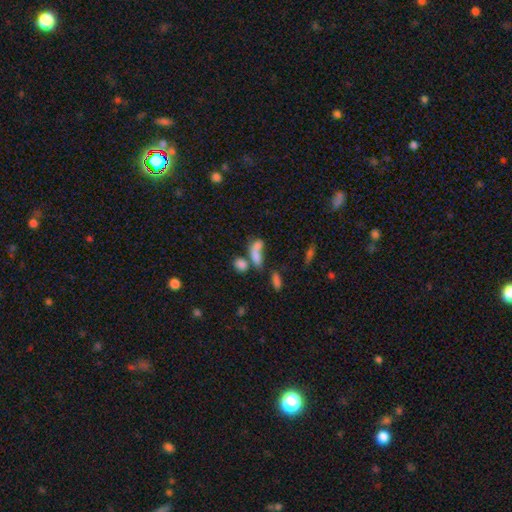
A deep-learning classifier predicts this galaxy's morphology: A smooth galaxy with no disk features (71%) that is in between round and cigar-shaped (70%).

Vote fractions:
- Smooth or featured? smooth: 71% / featured or disk: 15% / star or artifact: 14%
- How rounded? in between: 70% / round: 16% / cigar-shaped: 15%
- Merging? merger: 52% / none: 27% / major disturbance: 11% / minor disturbance: 10%